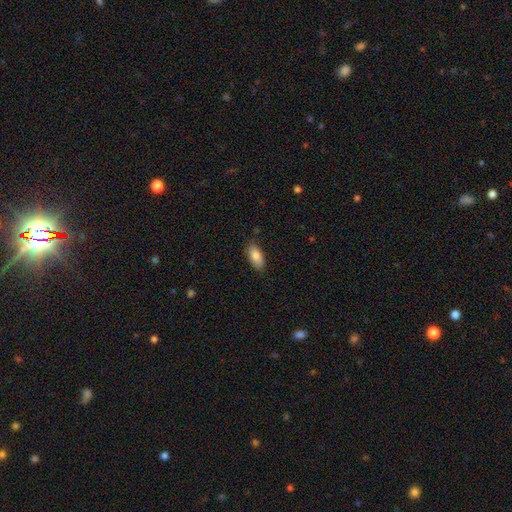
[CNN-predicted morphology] Q: Smooth or featured?
A: smooth (86%); runner-up: featured or disk (8%)
Q: How rounded?
A: in between (90%); runner-up: cigar-shaped (8%)
Q: Merging?
A: none (83%); runner-up: minor disturbance (14%)